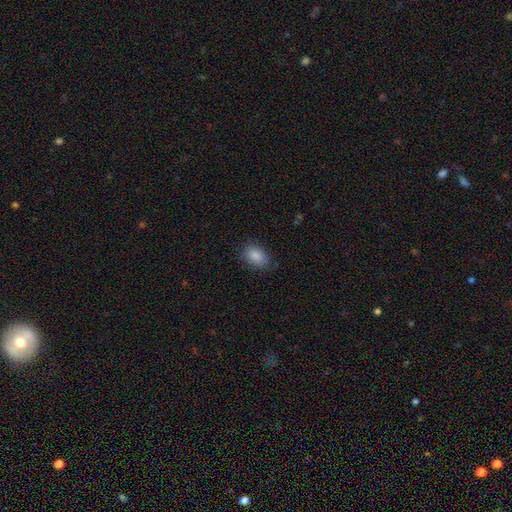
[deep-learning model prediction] Morphology: type=smooth (88%); roundness=in between (87%); merging=none (80%).